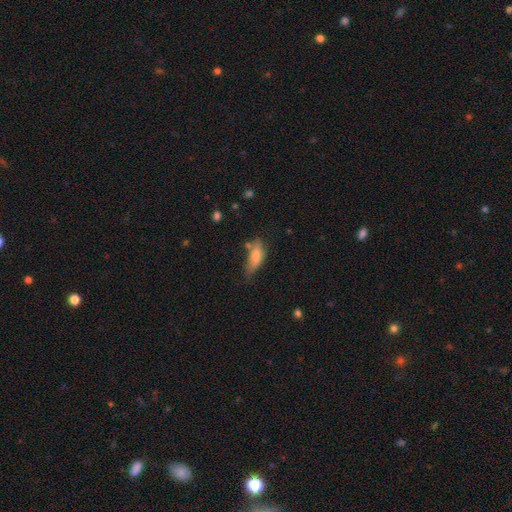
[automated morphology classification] Smooth or featured: smooth — 72% (featured or disk — 20%)
How rounded: in between — 71% (cigar-shaped — 26%)
Merging: none — 45% (minor disturbance — 34%)